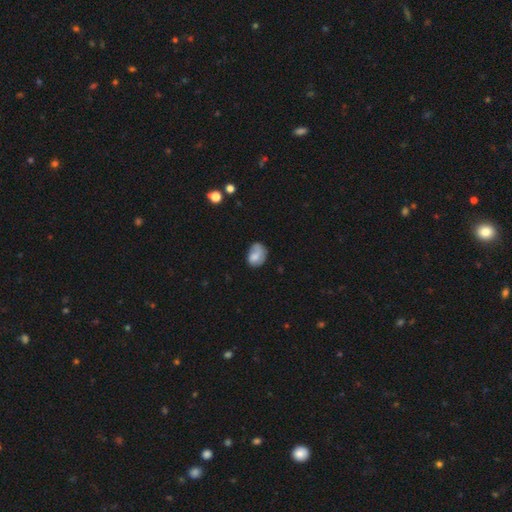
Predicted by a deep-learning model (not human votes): Morphology: type=smooth (70%); roundness=in between (70%); merging=none (49%).